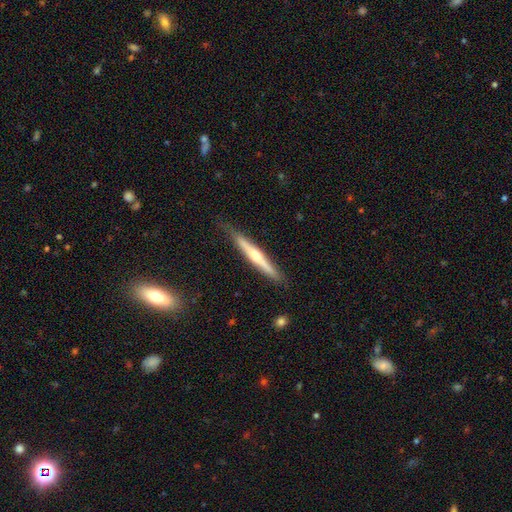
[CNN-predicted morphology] Overall: featured or disk (60%; smooth 34%). Edge-on disk: yes (97%). Edge-on bulge: rounded (73%). Merging: none (81%).